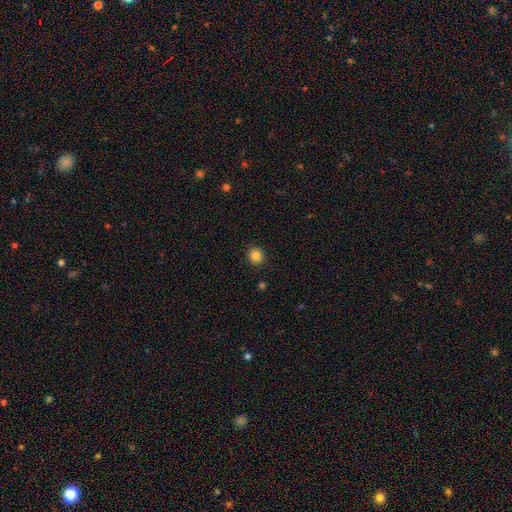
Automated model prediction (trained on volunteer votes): Smooth or featured? Predicted: smooth (p=0.84). How rounded? Predicted: round (p=0.86). Merging? Predicted: none (p=0.91).